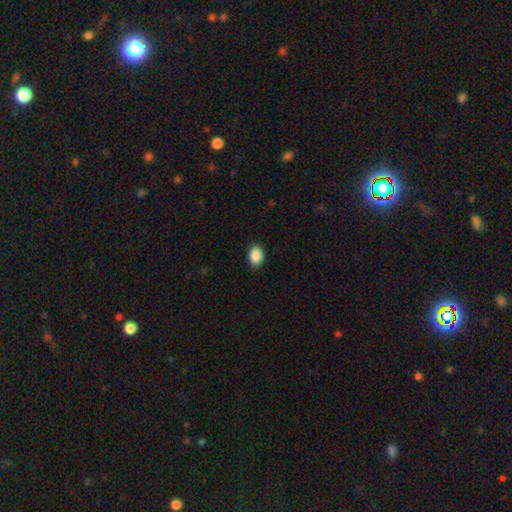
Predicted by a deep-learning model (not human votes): This is clearly a smooth galaxy (89%). How rounded: likely in between (77%). Merging: clearly none (89%).